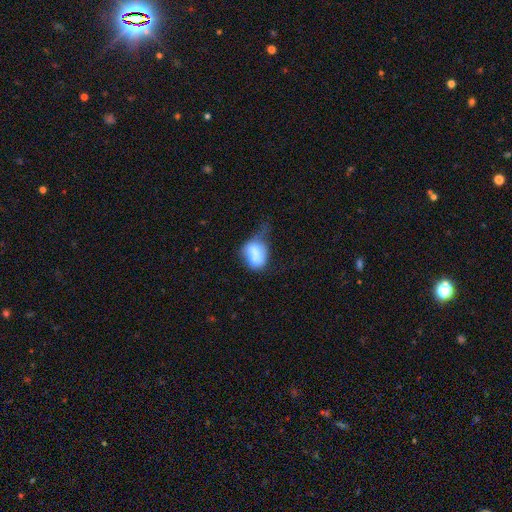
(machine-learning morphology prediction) smooth 60%, featured or disk 31%, star or artifact 10%. Down the decision tree: how rounded — in between (63%); merging — merger (52%).